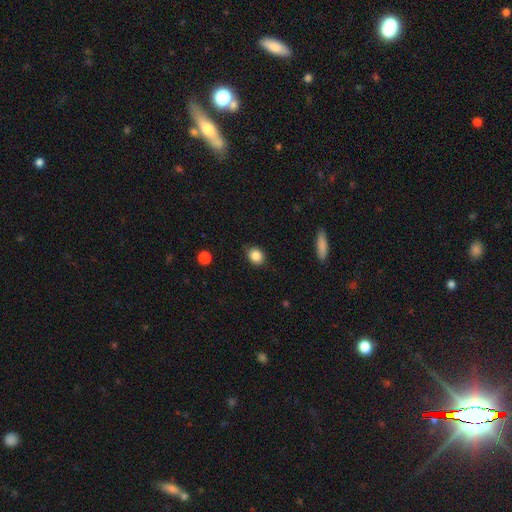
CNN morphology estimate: A smooth galaxy with no disk features (86%) that is round (52%).

Vote fractions:
- Smooth or featured? smooth: 86% / star or artifact: 9% / featured or disk: 5%
- How rounded? round: 52% / in between: 47% / cigar-shaped: 1%
- Merging? none: 84% / minor disturbance: 13% / major disturbance: 3% / merger: 1%